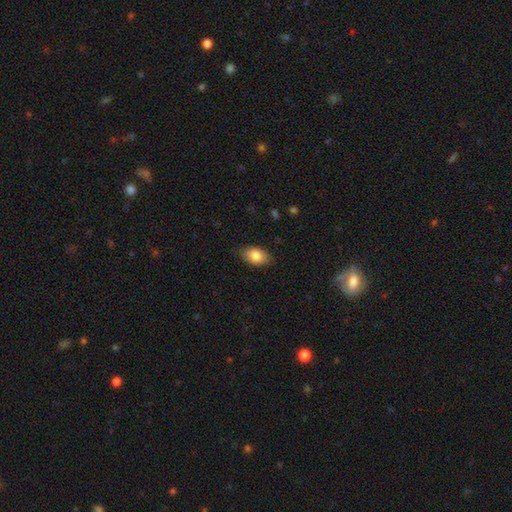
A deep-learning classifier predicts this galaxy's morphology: A smooth galaxy with no disk features (83%) that is in between round and cigar-shaped (89%).

Vote fractions:
- Smooth or featured? smooth: 83% / featured or disk: 9% / star or artifact: 7%
- How rounded? in between: 89% / round: 9% / cigar-shaped: 2%
- Merging? none: 84% / minor disturbance: 13% / major disturbance: 2% / merger: 1%